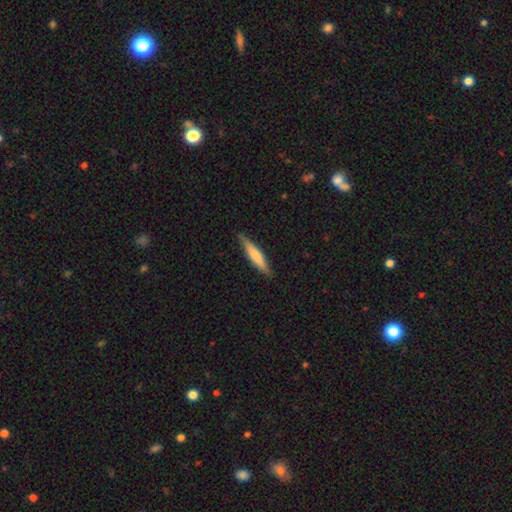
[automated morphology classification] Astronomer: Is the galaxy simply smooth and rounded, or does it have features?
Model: smooth — 63%.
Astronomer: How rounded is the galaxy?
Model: cigar-shaped — 87%.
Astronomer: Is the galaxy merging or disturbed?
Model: none — 88%.